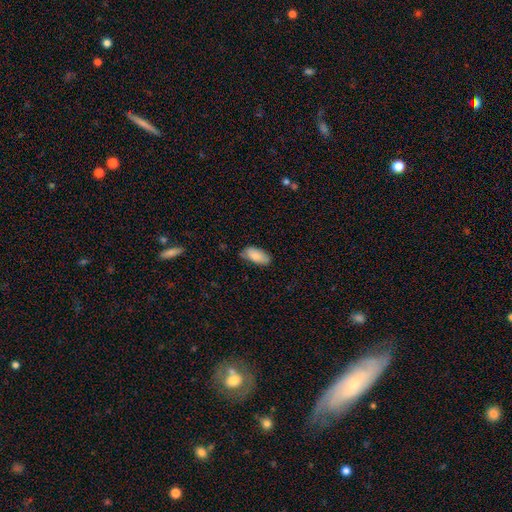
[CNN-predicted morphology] Smooth or featured?
  - smooth: 87% *
  - featured or disk: 7%
  - star or artifact: 6%
How rounded?
  - in between: 91% *
  - cigar-shaped: 7%
  - round: 2%
Merging?
  - none: 73% *
  - minor disturbance: 22%
  - major disturbance: 4%
  - merger: 1%